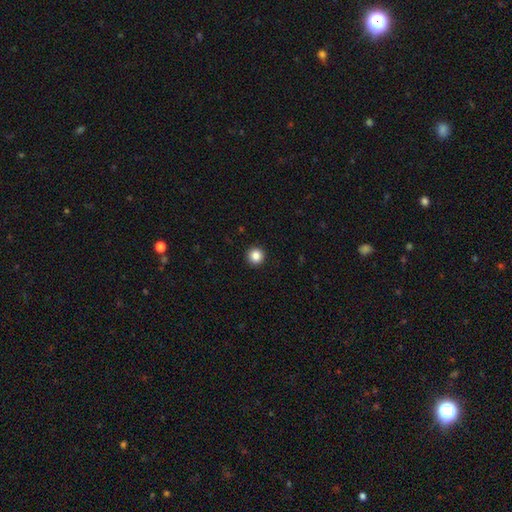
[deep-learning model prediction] This appears to be a smooth galaxy with no disk features (86%) that is round (96%). Merging: none (94%).